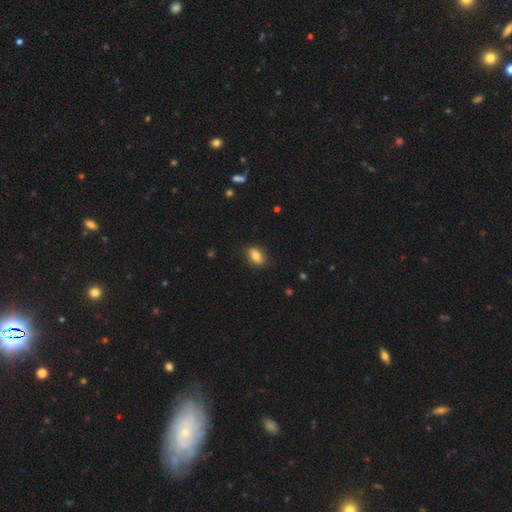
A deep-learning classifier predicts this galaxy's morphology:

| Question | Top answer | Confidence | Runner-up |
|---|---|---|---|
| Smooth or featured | smooth | 82% | featured or disk (10%) |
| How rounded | in between | 87% | round (10%) |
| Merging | none | 78% | minor disturbance (17%) |